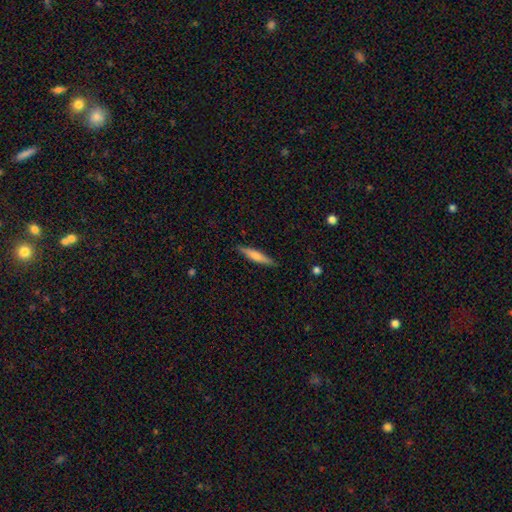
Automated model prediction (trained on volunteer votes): Smooth or featured?
  - smooth: 62% *
  - featured or disk: 32%
  - star or artifact: 6%
How rounded?
  - cigar-shaped: 89% *
  - in between: 10%
  - round: 1%
Merging?
  - none: 89% *
  - minor disturbance: 9%
  - major disturbance: 2%
  - merger: 1%